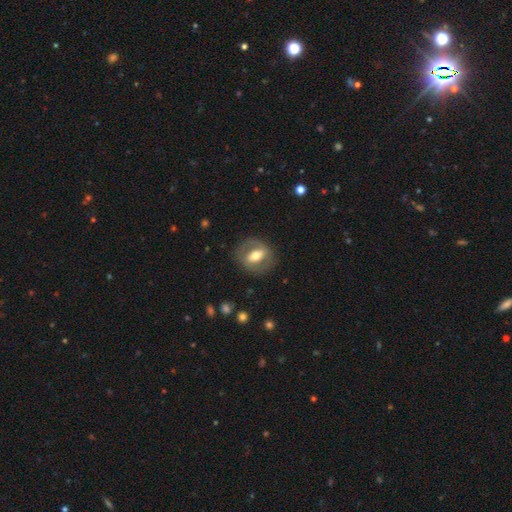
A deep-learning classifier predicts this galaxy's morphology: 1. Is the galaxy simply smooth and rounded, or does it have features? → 57% featured or disk, 36% smooth, 6% star or artifact.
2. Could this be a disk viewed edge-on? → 88% no, 12% yes.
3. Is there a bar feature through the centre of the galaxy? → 46% strong, 31% weak, 23% no.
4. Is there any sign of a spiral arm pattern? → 69% no, 31% yes.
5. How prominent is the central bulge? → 69% moderate, 16% large, 12% small, 1% dominant, 1% none.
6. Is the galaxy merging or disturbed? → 79% none, 13% minor disturbance, 7% major disturbance, 1% merger.